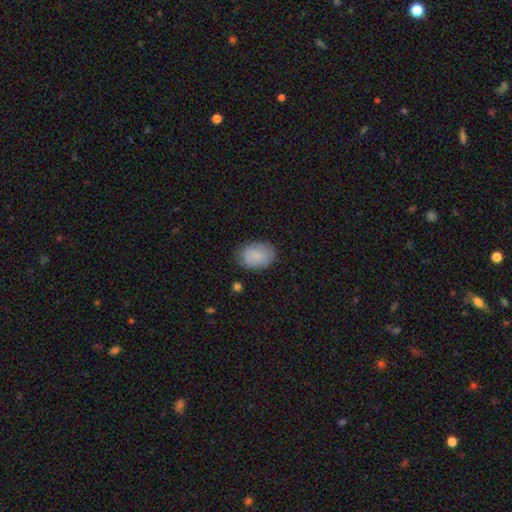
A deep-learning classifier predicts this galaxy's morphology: type=smooth (83%); roundness=in between (79%); merging=none (78%).